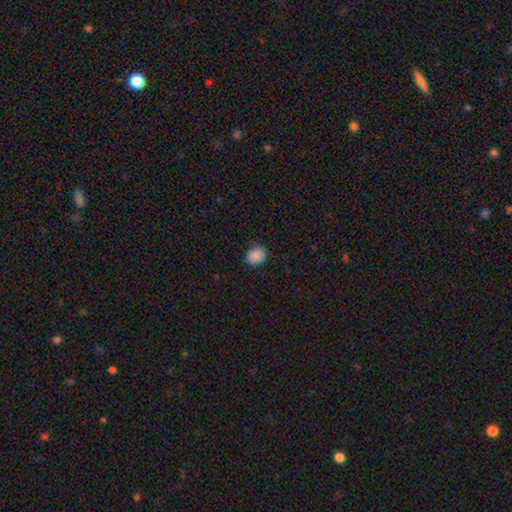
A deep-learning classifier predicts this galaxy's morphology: Smooth or featured? Predicted: smooth (p=0.88). How rounded? Predicted: round (p=0.61). Merging? Predicted: none (p=0.79).